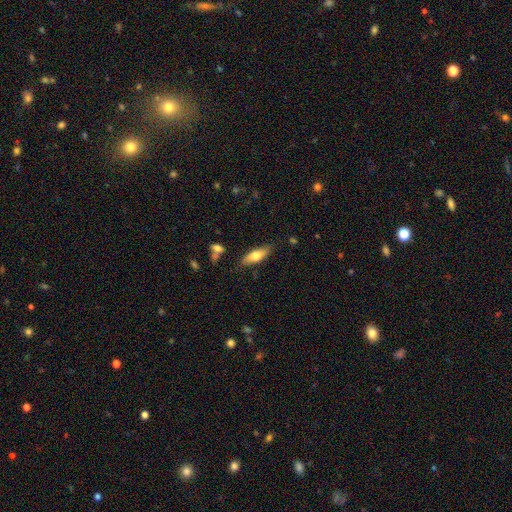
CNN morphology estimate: Smooth or featured? Predicted: smooth (p=0.68). How rounded? Predicted: in between (p=0.61). Merging? Predicted: none (p=0.79).